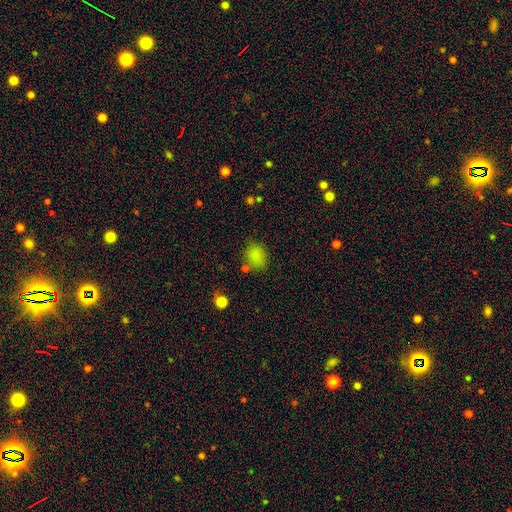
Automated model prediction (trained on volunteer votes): The model was most divided on "how rounded": round: 55%, in between: 44%, cigar-shaped: 1%. More confident: smooth or featured — smooth (82%); merging — none (73%).